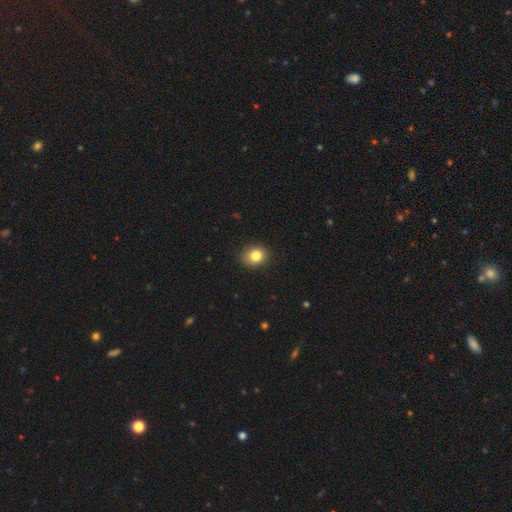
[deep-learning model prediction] The model was most divided on "how rounded": round: 66%, in between: 33%, cigar-shaped: 1%. More confident: merging — none (88%); smooth or featured — smooth (82%).